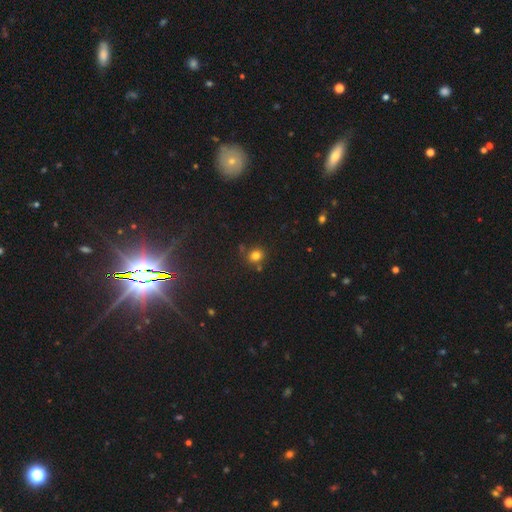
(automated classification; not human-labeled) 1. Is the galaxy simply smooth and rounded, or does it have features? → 78% smooth, 16% star or artifact, 7% featured or disk.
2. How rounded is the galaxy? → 80% round, 19% in between, 1% cigar-shaped.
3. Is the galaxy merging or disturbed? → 76% none, 12% minor disturbance, 10% merger, 3% major disturbance.